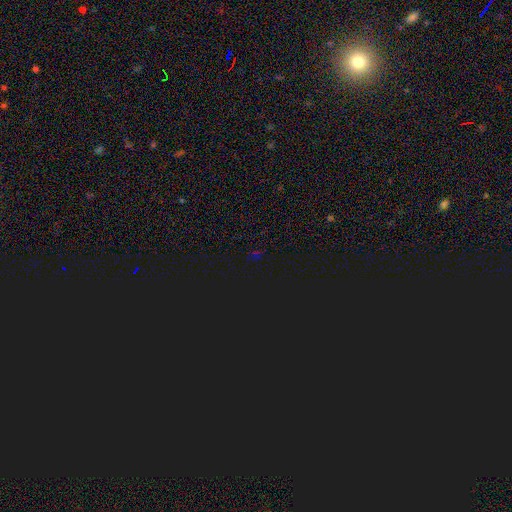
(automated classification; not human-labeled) Smooth or featured?
  - star or artifact: 75% *
  - smooth: 17%
  - featured or disk: 7%